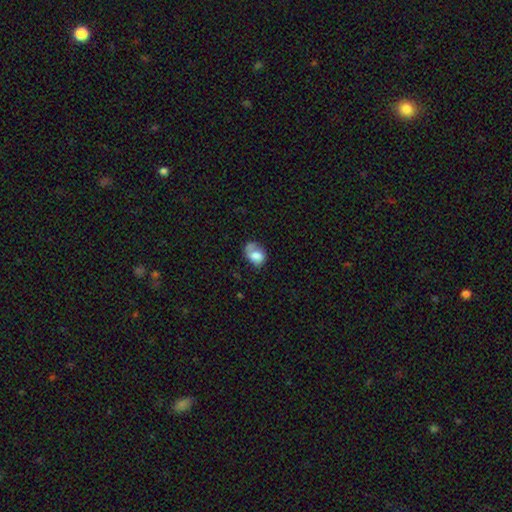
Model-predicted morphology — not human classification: The model was most divided on "merging": none: 38%, minor disturbance: 29%, major disturbance: 25%, merger: 8%. More confident: how rounded — in between (70%); smooth or featured — smooth (62%).